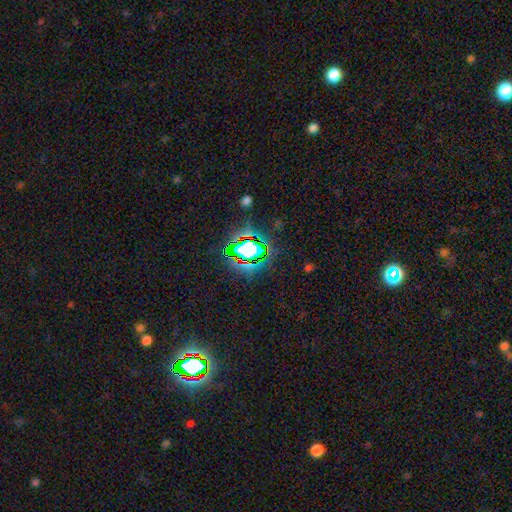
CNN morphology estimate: star or artifact 80%, smooth 12%, featured or disk 8%.